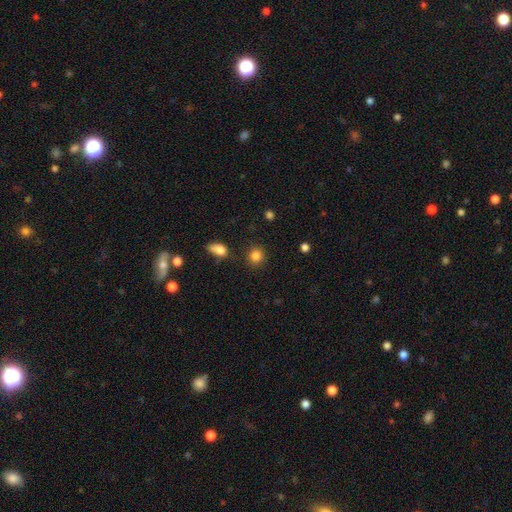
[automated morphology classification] Overall: smooth (85%). How rounded: round (87%). Merging: none (85%).